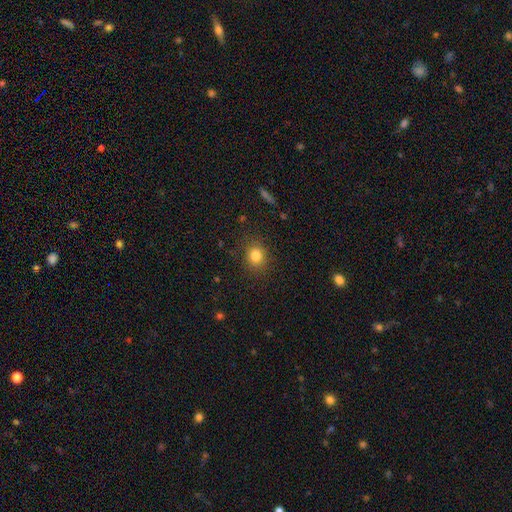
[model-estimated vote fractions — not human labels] smooth_or_featured: smooth (p=0.82) [alt: star or artifact p=0.12]
how_rounded: round (p=0.74) [alt: in between p=0.25]
merging: none (p=0.86) [alt: minor disturbance p=0.10]